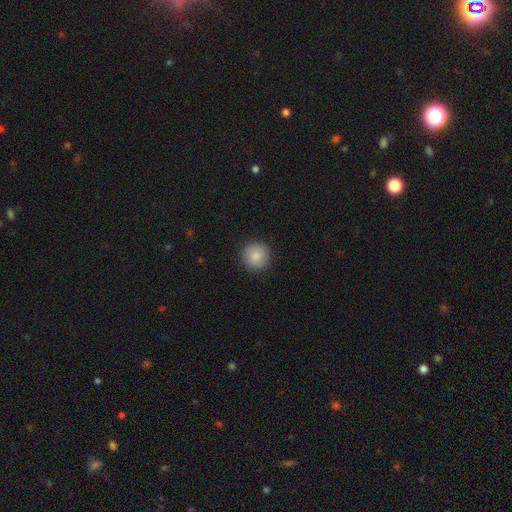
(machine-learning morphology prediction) Smooth or featured? Predicted: smooth (p=0.87). How rounded? Predicted: round (p=0.95). Merging? Predicted: none (p=0.91).